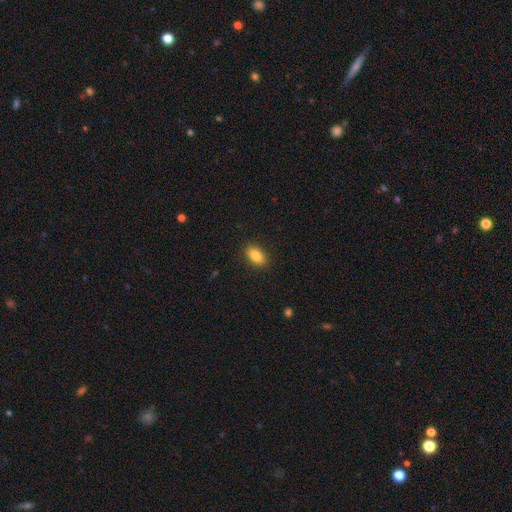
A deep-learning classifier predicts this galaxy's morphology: Smooth or featured? smooth (85%)
How rounded? in between (89%)
Merging? none (89%)